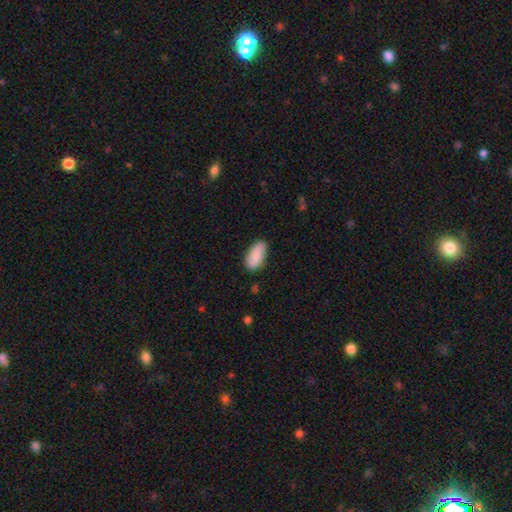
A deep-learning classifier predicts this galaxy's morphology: type=smooth (86%); roundness=in between (90%); merging=none (82%).